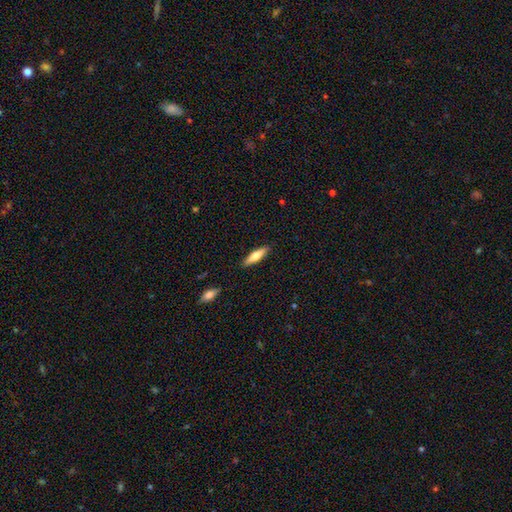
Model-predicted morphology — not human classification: Smooth or featured? smooth (62%)
How rounded? cigar-shaped (67%)
Merging? none (88%)